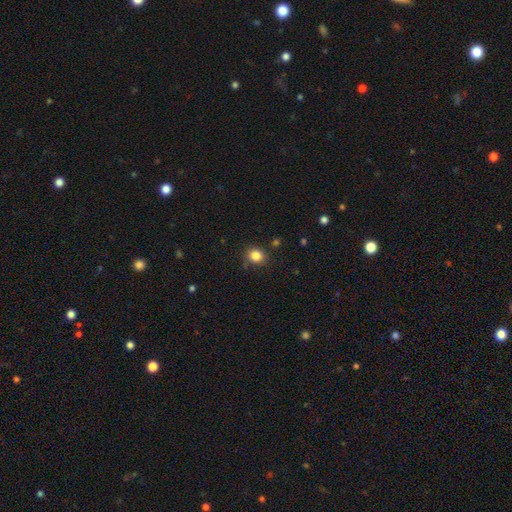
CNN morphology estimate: smooth-or-featured: smooth: 83% | star or artifact: 12% | featured or disk: 5%
  how-rounded: round: 79% | in between: 21% | cigar-shaped: 1%
  merging: none: 82% | minor disturbance: 12% | major disturbance: 3% | merger: 3%